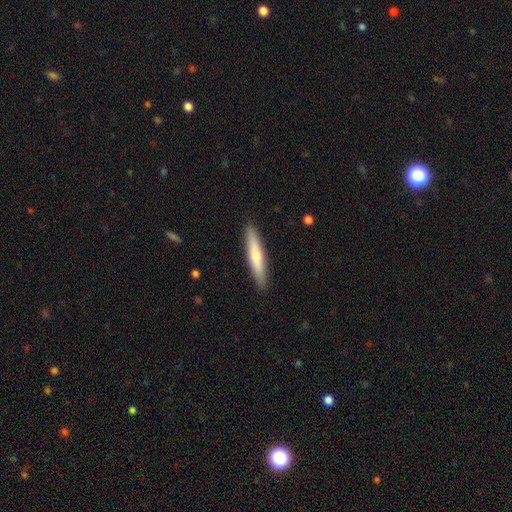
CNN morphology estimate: smooth 64%, featured or disk 31%, star or artifact 5%. Down the decision tree: how rounded — cigar-shaped (92%); merging — none (91%).